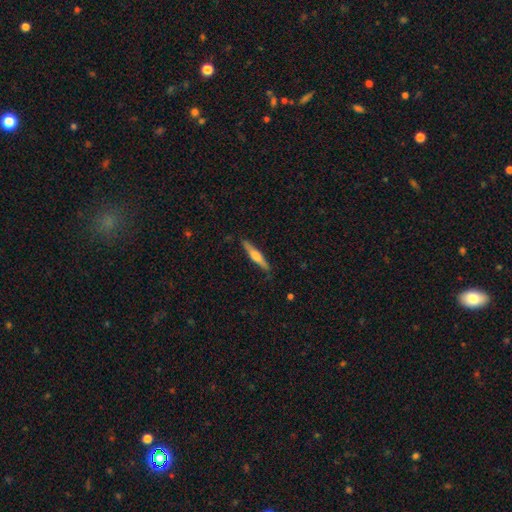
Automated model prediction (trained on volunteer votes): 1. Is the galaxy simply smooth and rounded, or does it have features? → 55% featured or disk, 40% smooth, 5% star or artifact.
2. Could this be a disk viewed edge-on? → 97% yes, 3% no.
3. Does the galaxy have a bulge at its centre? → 85% rounded, 8% boxy, 7% none.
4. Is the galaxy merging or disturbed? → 86% none, 11% minor disturbance, 2% major disturbance, 1% merger.